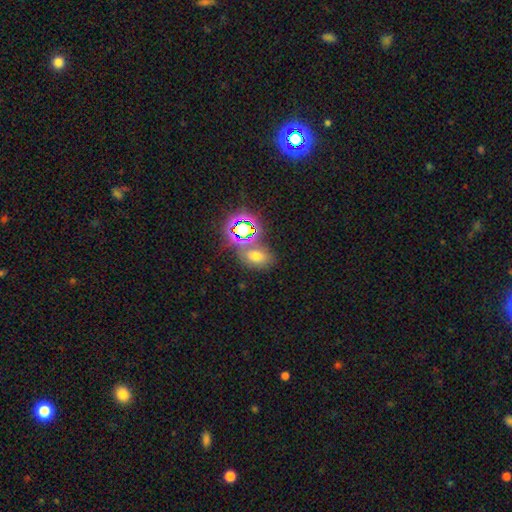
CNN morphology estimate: smooth-or-featured: smooth: 55% | star or artifact: 33% | featured or disk: 11%
  how-rounded: in between: 74% | round: 24% | cigar-shaped: 2%
  merging: none: 64% | merger: 18% | minor disturbance: 13% | major disturbance: 5%